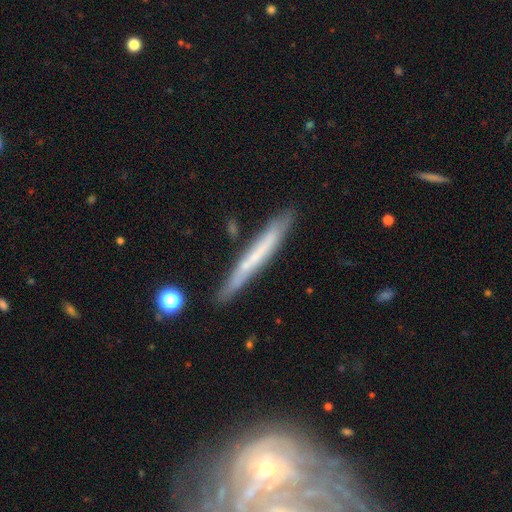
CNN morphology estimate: Overall: smooth (47%, tied with featured or disk). Merging: none (81%).